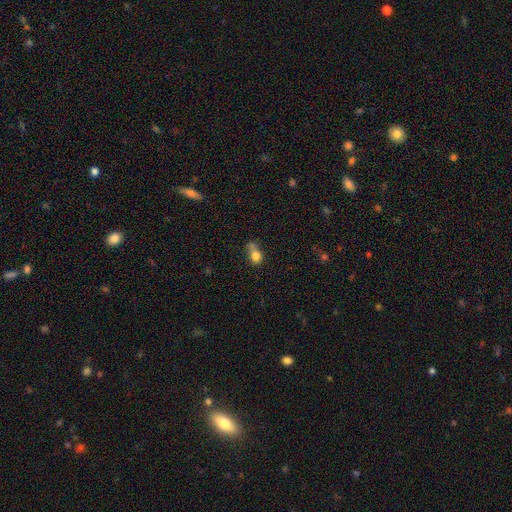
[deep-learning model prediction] A smooth galaxy with no disk features (77%) that is round (52%).

Vote fractions:
- Smooth or featured? smooth: 77% / star or artifact: 12% / featured or disk: 11%
- How rounded? round: 52% / in between: 45% / cigar-shaped: 2%
- Merging? none: 34% / merger: 29% / minor disturbance: 23% / major disturbance: 14%